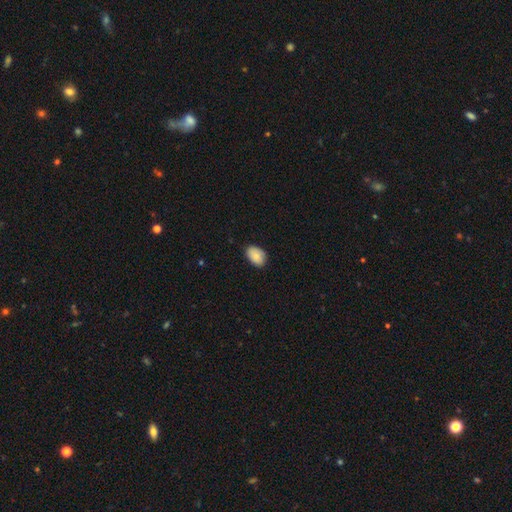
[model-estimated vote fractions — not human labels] Q: Smooth or featured?
A: smooth (86%); runner-up: featured or disk (7%)
Q: How rounded?
A: in between (88%); runner-up: round (11%)
Q: Merging?
A: none (83%); runner-up: minor disturbance (14%)